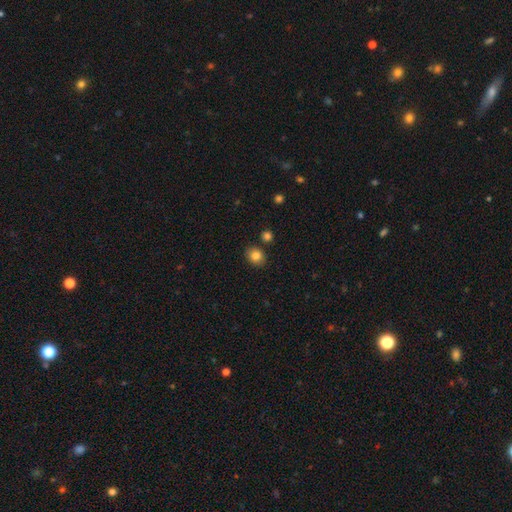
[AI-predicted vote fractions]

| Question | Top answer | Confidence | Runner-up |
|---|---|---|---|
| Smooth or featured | smooth | 84% | star or artifact (10%) |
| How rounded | round | 56% | in between (43%) |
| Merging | none | 84% | minor disturbance (9%) |